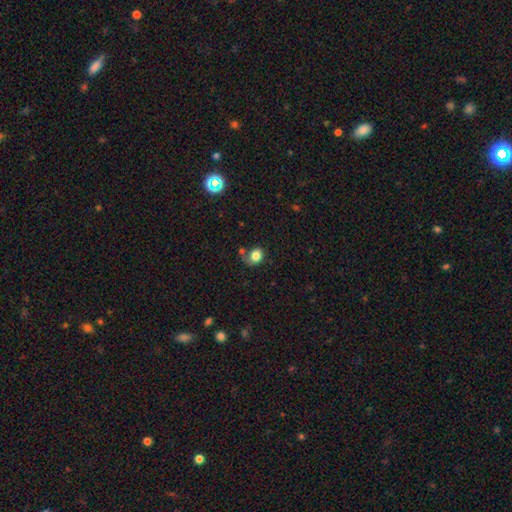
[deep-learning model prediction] A smooth galaxy with no disk features (80%) that is round (57%).

Vote fractions:
- Smooth or featured? smooth: 80% / star or artifact: 11% / featured or disk: 10%
- How rounded? round: 57% / in between: 42% / cigar-shaped: 1%
- Merging? none: 54% / minor disturbance: 22% / merger: 13% / major disturbance: 10%